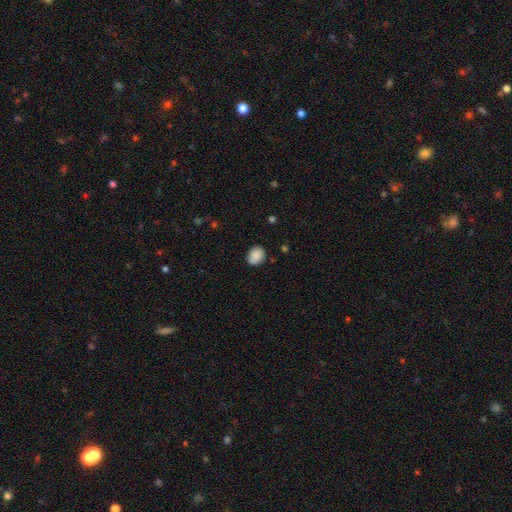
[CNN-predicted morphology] Smooth or featured? smooth (87%)
How rounded? round (57%)
Merging? none (79%)